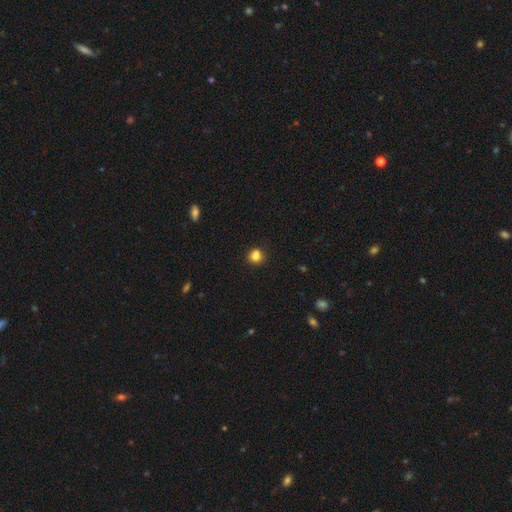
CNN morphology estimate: Overall: smooth (84%). How rounded: round (77%). Merging: none (78%).